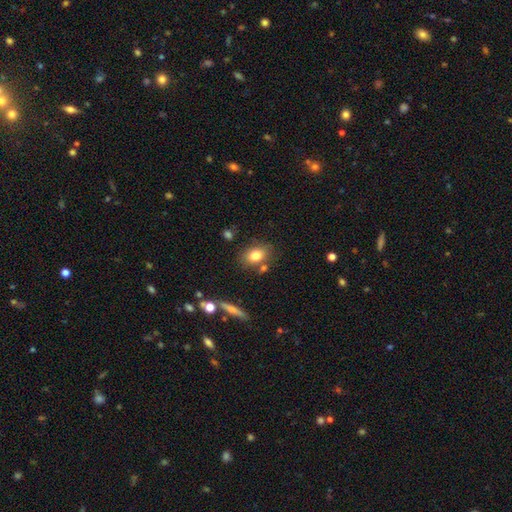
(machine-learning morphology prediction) A smooth galaxy with no disk features (79%) that is in between round and cigar-shaped (71%).

Vote fractions:
- Smooth or featured? smooth: 79% / featured or disk: 12% / star or artifact: 9%
- How rounded? in between: 71% / round: 27% / cigar-shaped: 2%
- Merging? none: 73% / minor disturbance: 14% / merger: 10% / major disturbance: 4%